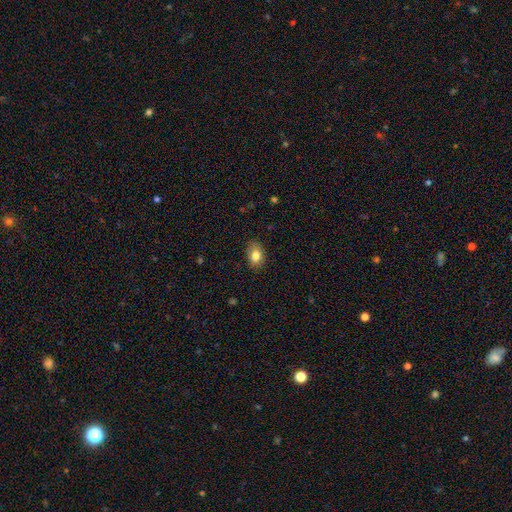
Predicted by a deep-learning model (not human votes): smooth_or_featured: smooth (p=0.82) [alt: featured or disk p=0.09]
how_rounded: in between (p=0.77) [alt: round p=0.22]
merging: none (p=0.84) [alt: minor disturbance p=0.12]